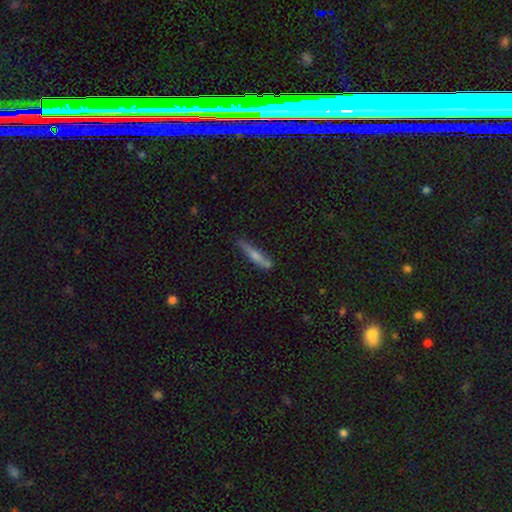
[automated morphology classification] Smooth or featured? Predicted: smooth (p=0.52). How rounded? Predicted: cigar-shaped (p=0.91). Merging? Predicted: none (p=0.75).